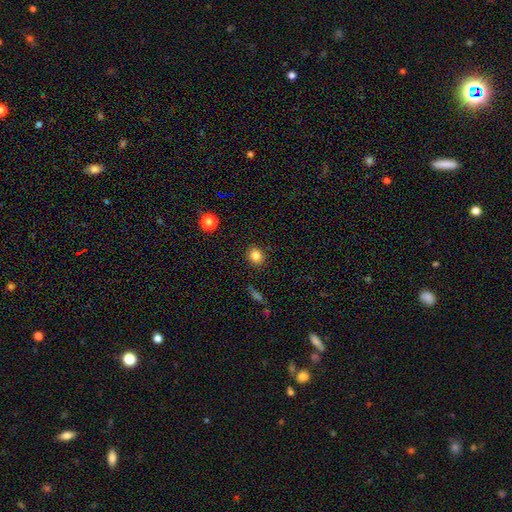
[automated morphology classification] This is clearly a smooth galaxy (84%). How rounded: likely round (69%). Merging: clearly none (88%).